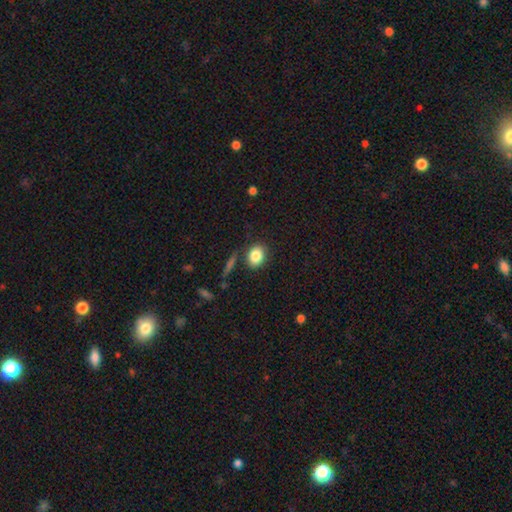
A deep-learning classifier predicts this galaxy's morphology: Overall: smooth (84%). How rounded: in between (51%; round 47%). Merging: none (80%).